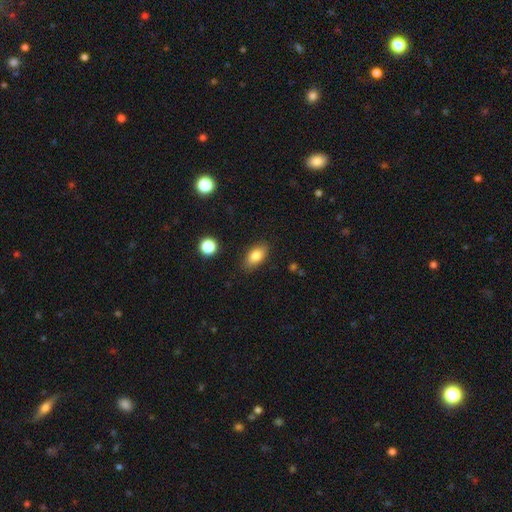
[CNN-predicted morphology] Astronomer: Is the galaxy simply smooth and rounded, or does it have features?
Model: smooth — 82%.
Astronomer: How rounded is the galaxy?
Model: in between — 88%.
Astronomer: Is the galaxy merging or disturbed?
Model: none — 85%.